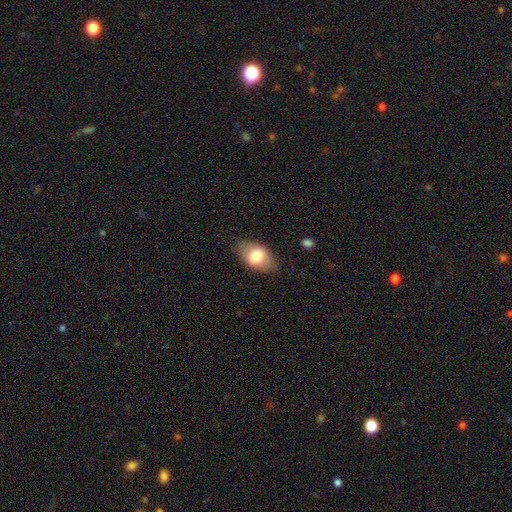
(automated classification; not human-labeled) Smooth or featured? Predicted: smooth (p=0.73). How rounded? Predicted: in between (p=0.90). Merging? Predicted: none (p=0.83).